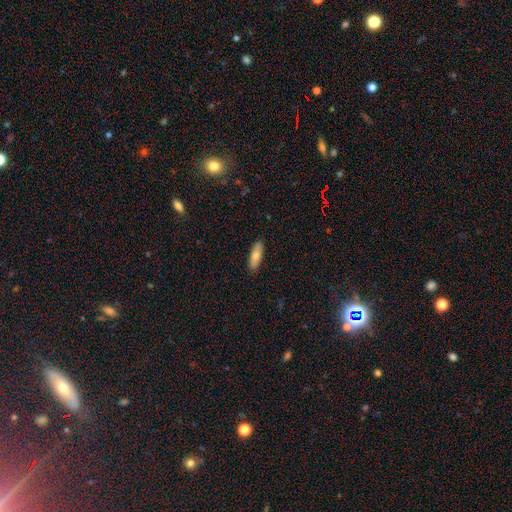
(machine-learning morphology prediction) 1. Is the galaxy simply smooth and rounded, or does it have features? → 78% smooth, 16% featured or disk, 6% star or artifact.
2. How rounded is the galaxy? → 63% in between, 35% cigar-shaped, 2% round.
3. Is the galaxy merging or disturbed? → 89% none, 8% minor disturbance, 2% major disturbance, 1% merger.